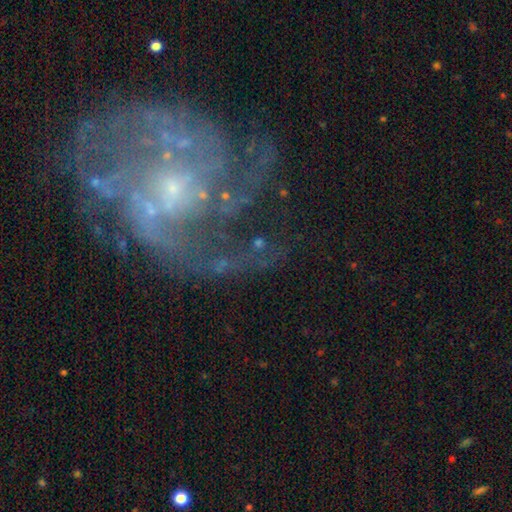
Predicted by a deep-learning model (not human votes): Overall: featured or disk (85%). Edge-on disk: no (98%). Bar: no (67%; weak 28%). Spiral arms: yes (91%). Spiral arm count: 2 (30%; can't tell 25%). Spiral winding: medium (44%; tight 28%). Bulge size: small (71%). Merging: none (55%; major disturbance 23%).